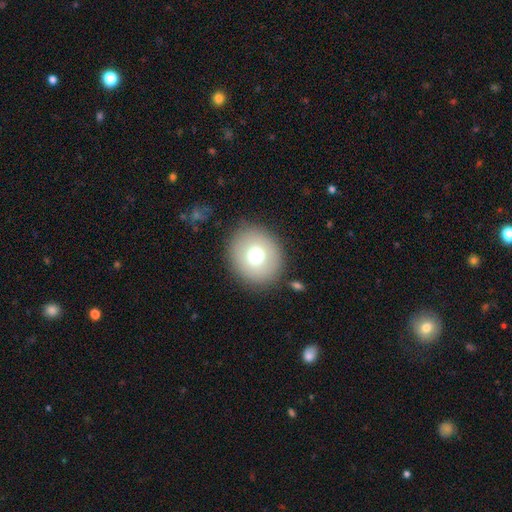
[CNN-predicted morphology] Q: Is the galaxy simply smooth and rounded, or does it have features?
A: smooth — 71%.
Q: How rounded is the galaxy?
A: round — 83%.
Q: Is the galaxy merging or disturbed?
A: none — 87%.